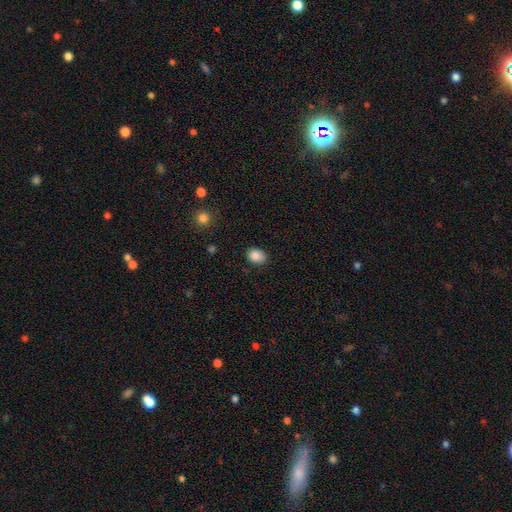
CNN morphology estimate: smooth 88%, star or artifact 9%, featured or disk 3%. Down the decision tree: how rounded — in between (59%); merging — none (84%).